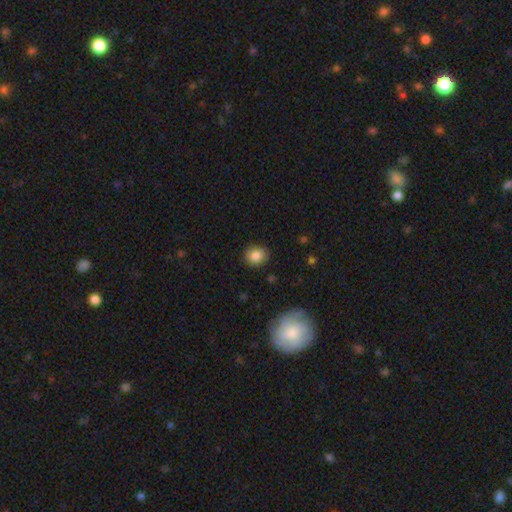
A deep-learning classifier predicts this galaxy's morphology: Smooth or featured: smooth — 85% (star or artifact — 9%)
How rounded: round — 71% (in between — 28%)
Merging: none — 88% (minor disturbance — 8%)